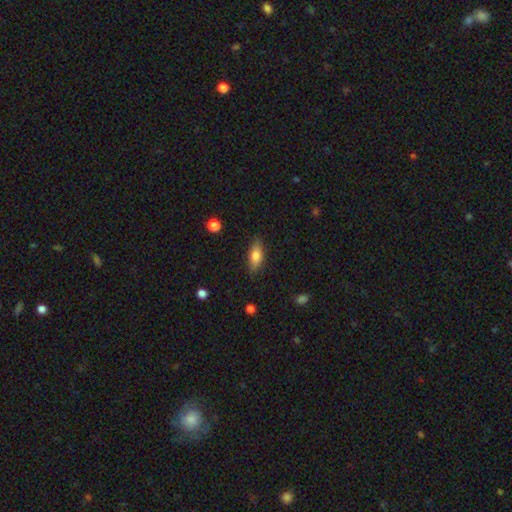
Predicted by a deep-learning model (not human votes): A smooth galaxy with no disk features (76%) that is in between round and cigar-shaped (75%). Merging: none (83%).